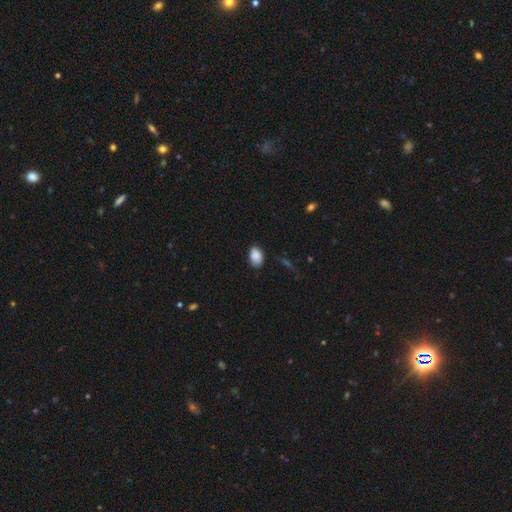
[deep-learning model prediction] The model was most divided on "merging": none: 79%, minor disturbance: 17%, major disturbance: 3%, merger: 1%. More confident: smooth or featured — smooth (88%); how rounded — in between (85%).